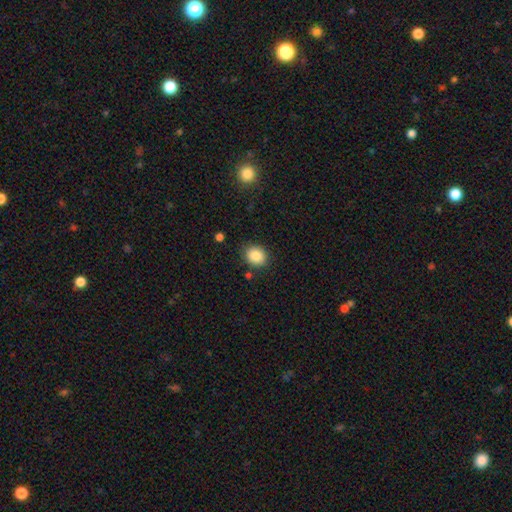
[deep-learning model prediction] smooth 87%, star or artifact 9%, featured or disk 4%. Down the decision tree: how rounded — round (65%); merging — none (84%).